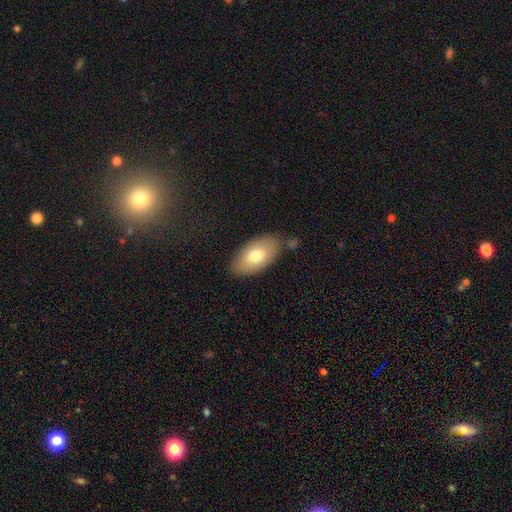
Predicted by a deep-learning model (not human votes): smooth-or-featured: smooth: 73% | featured or disk: 21% | star or artifact: 6%
  how-rounded: in between: 94% | round: 4% | cigar-shaped: 3%
  merging: none: 80% | minor disturbance: 14% | major disturbance: 3% | merger: 3%